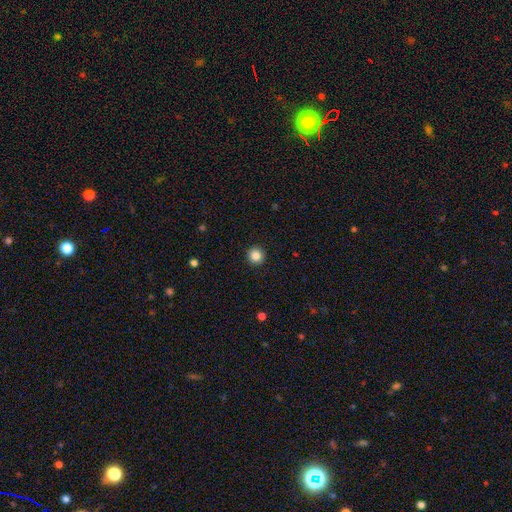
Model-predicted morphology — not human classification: This is clearly a smooth galaxy (86%). How rounded: clearly round (93%). Merging: clearly none (93%).